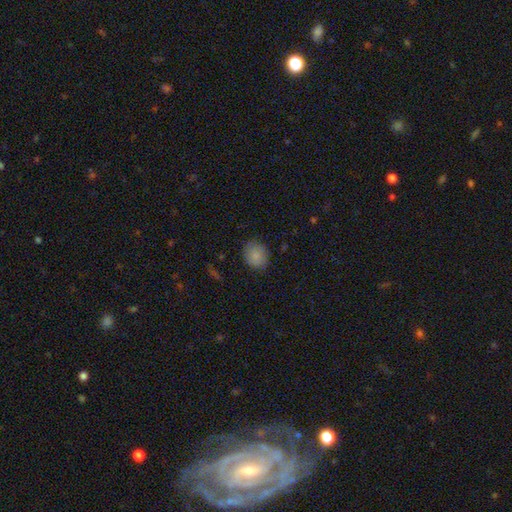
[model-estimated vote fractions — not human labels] Smooth or featured? smooth (86%)
How rounded? round (59%)
Merging? none (83%)